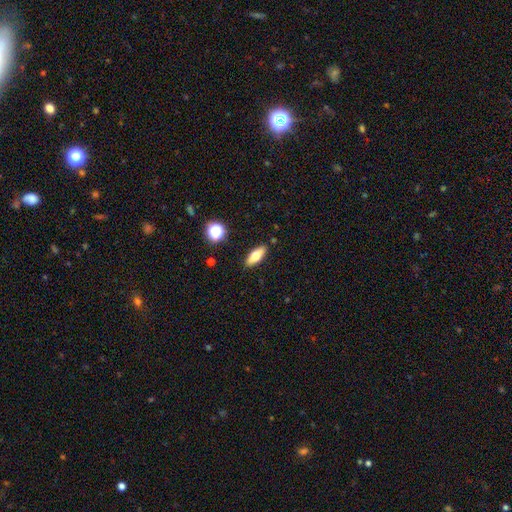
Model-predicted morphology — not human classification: Overall: smooth (65%; featured or disk 27%). How rounded: in between (71%). Merging: none (88%).